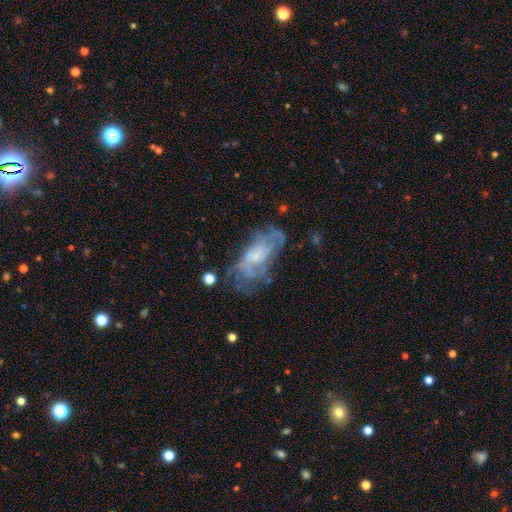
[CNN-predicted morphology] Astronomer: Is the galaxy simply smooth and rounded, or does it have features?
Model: featured or disk — 67%.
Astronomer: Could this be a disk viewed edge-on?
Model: no — 92%.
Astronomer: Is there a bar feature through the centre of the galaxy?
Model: no — 69%.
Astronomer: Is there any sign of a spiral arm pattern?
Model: yes — 65%.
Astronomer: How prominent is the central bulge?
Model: small — 39% (runner-up: moderate, 32%).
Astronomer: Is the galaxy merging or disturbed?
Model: none — 52%.